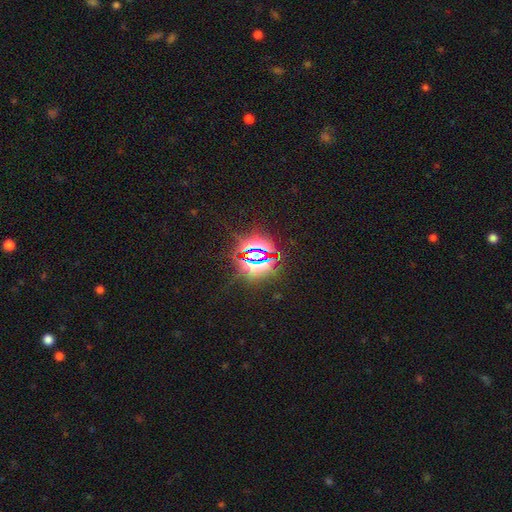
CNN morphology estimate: Smooth or featured: star or artifact — 82% (smooth — 10%)